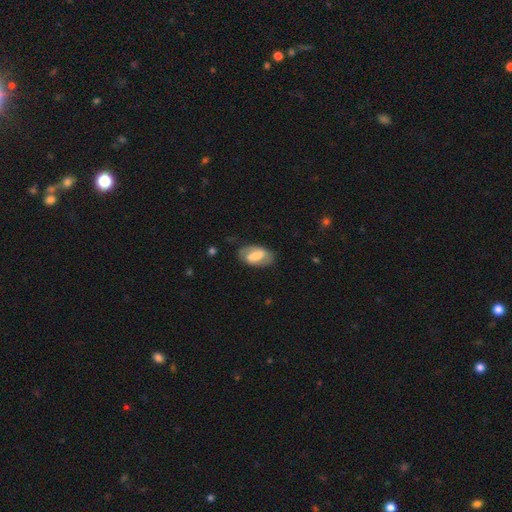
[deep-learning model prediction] A featured or disk galaxy (51%). Merging: none (70%).